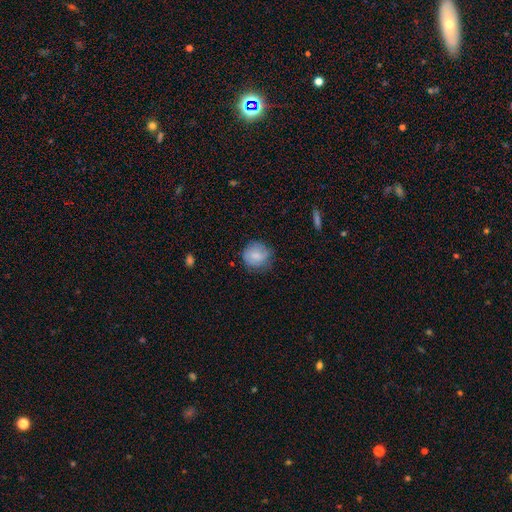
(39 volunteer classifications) This is clearly a smooth galaxy (82%). How rounded: likely round (78%). Merging: likely none (73%).